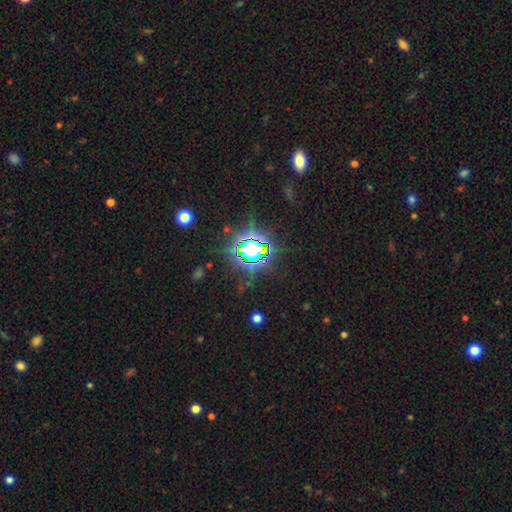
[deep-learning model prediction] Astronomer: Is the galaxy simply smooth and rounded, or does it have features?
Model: star or artifact — 79%.